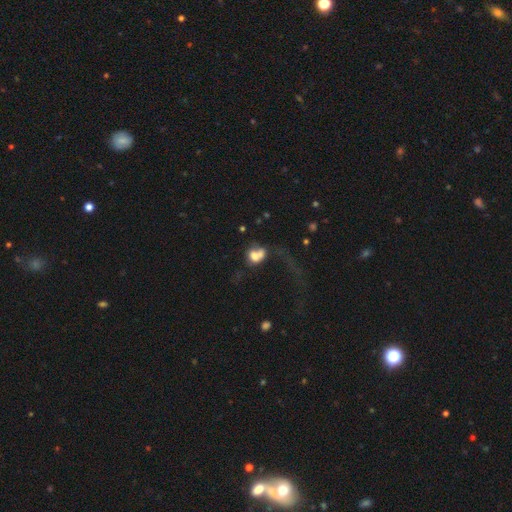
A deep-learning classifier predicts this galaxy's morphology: Smooth or featured: smooth — 61% (featured or disk — 27%)
How rounded: round — 50% (in between — 49%)
Merging: merger — 51% (major disturbance — 25%)